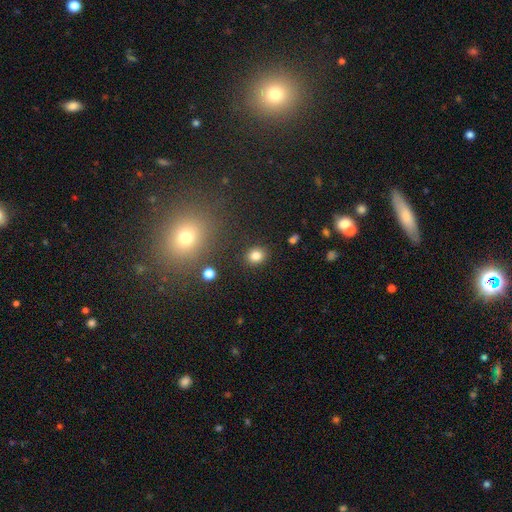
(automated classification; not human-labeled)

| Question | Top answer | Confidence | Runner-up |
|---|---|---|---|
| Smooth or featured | smooth | 83% | star or artifact (12%) |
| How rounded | round | 65% | in between (34%) |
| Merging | none | 87% | minor disturbance (8%) |